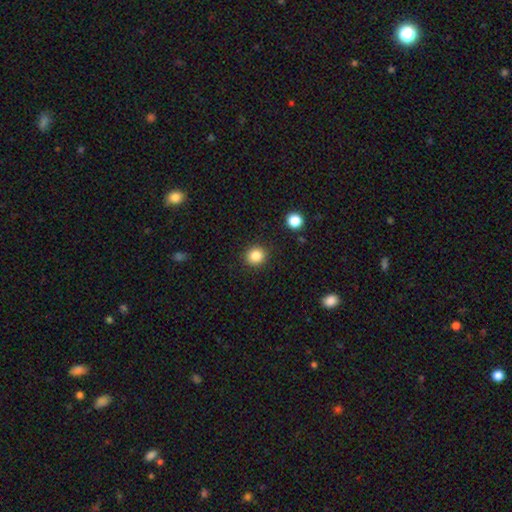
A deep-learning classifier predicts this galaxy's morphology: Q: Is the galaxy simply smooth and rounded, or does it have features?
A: smooth — 84%.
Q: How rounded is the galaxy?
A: round — 90%.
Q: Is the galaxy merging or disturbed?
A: none — 90%.